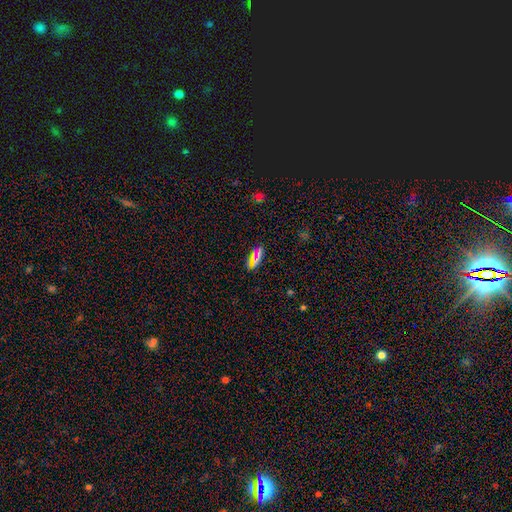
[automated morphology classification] The model was most divided on "smooth or featured": smooth: 64%, star or artifact: 26%, featured or disk: 10%. More confident: how rounded — in between (81%); merging — none (80%).